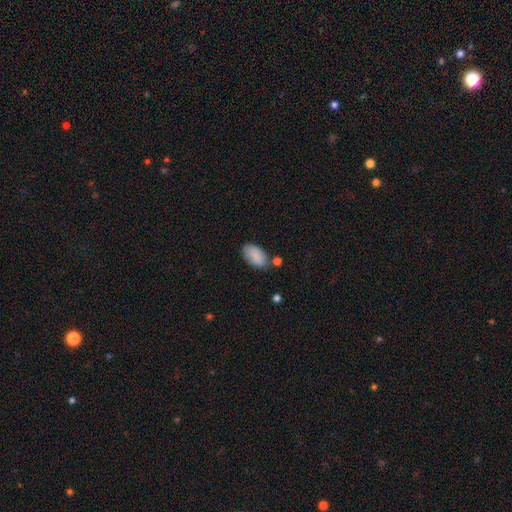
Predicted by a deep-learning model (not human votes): Smooth or featured? Predicted: smooth (p=0.88). How rounded? Predicted: in between (p=0.95). Merging? Predicted: none (p=0.71).